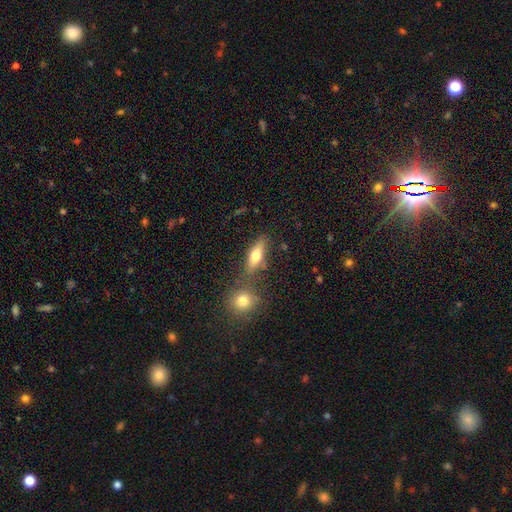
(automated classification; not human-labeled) Morphology: type=smooth (62%); roundness=in between (56%); merging=none (67%).